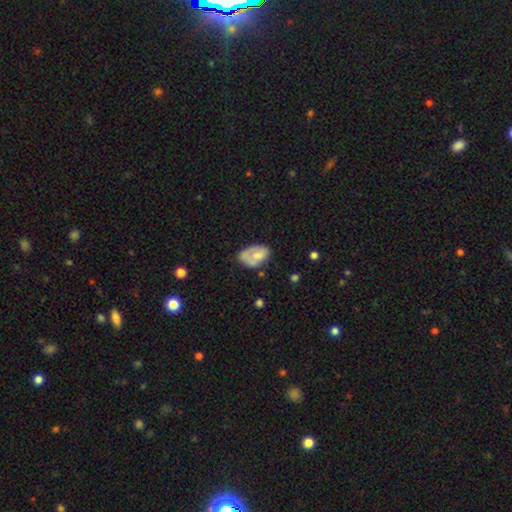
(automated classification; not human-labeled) A smooth galaxy with no disk features (59%) that is in between round and cigar-shaped (88%).

Vote fractions:
- Smooth or featured? smooth: 59% / featured or disk: 34% / star or artifact: 7%
- How rounded? in between: 88% / round: 11% / cigar-shaped: 1%
- Merging? none: 43% / minor disturbance: 34% / major disturbance: 18% / merger: 5%